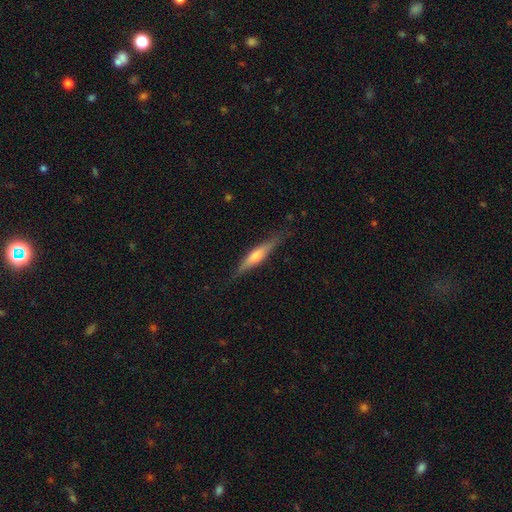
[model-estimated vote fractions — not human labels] Smooth or featured? Predicted: featured or disk (p=0.54). Edge-on disk? Predicted: yes (p=0.95). Edge-on bulge? Predicted: rounded (p=0.73). Merging? Predicted: none (p=0.82).